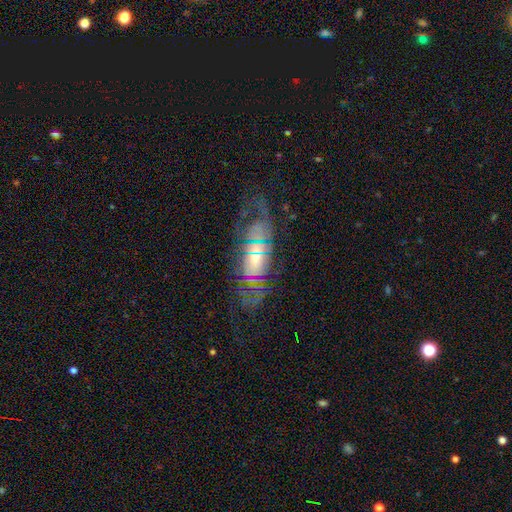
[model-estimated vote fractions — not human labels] smooth_or_featured: featured or disk (p=0.74) [alt: smooth p=0.15]
disk_edge_on: no (p=0.87) [alt: yes p=0.13]
bar: no (p=0.64) [alt: weak p=0.27]
has_spiral_arms: yes (p=0.80) [alt: no p=0.20]
spiral_winding: tight (p=0.51) [alt: medium p=0.35]
spiral_arm_count: can't tell (p=0.46) [alt: 2 p=0.32]
bulge_size: small (p=0.51) [alt: moderate p=0.39]
merging: none (p=0.66) [alt: minor disturbance p=0.17]